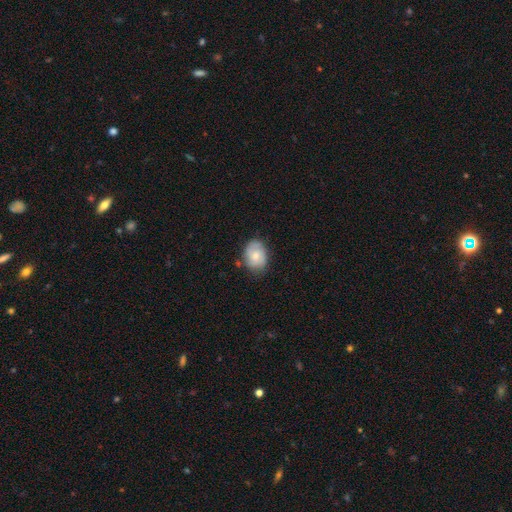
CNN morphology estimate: This is likely a smooth galaxy (61%). How rounded: possibly in between (57%). Merging: likely none (69%).